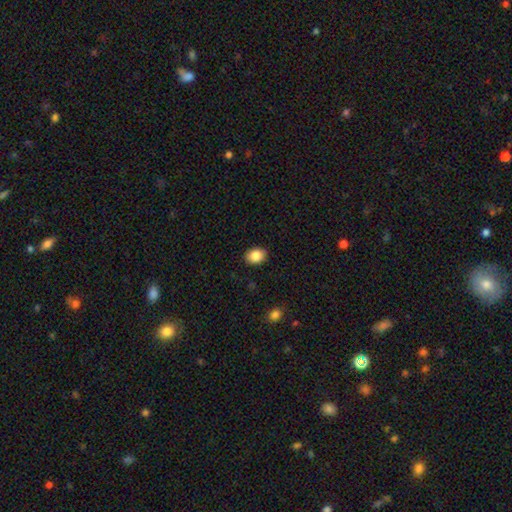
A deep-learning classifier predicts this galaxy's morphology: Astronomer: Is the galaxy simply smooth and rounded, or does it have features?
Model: smooth — 86%.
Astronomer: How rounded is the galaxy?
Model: in between — 65%.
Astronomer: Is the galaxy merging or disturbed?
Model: none — 89%.